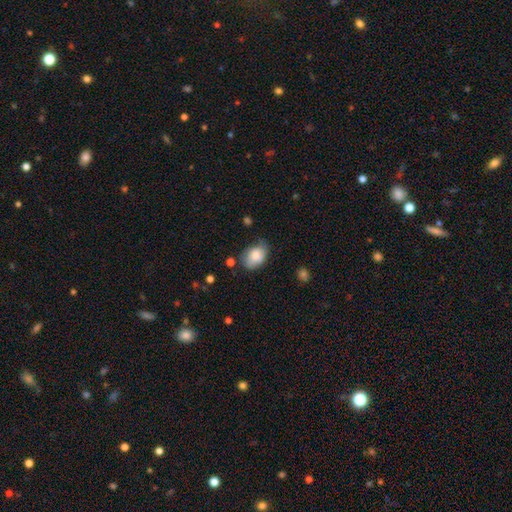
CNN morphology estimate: This is clearly a smooth galaxy (81%). How rounded: clearly in between (82%). Merging: possibly none (60%).